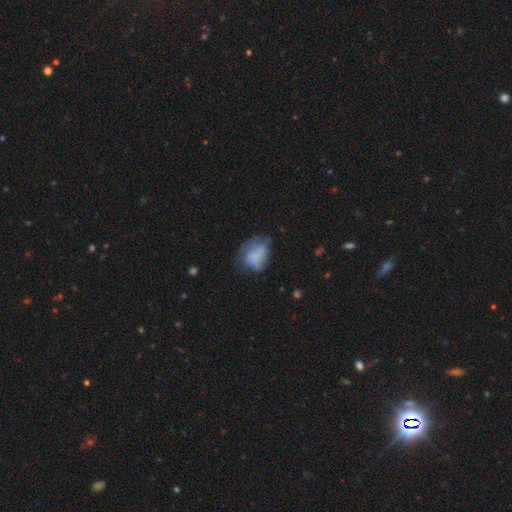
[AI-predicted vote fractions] This is possibly a smooth galaxy (60%). How rounded: likely in between (67%). Merging: marginally none (39%).